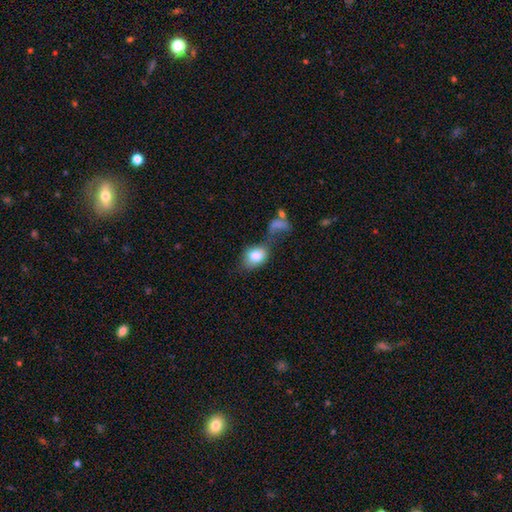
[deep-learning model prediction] The model was most divided on "merging": none: 38%, merger: 23%, major disturbance: 21%, minor disturbance: 19%. More confident: smooth or featured — smooth (80%); how rounded — in between (68%).